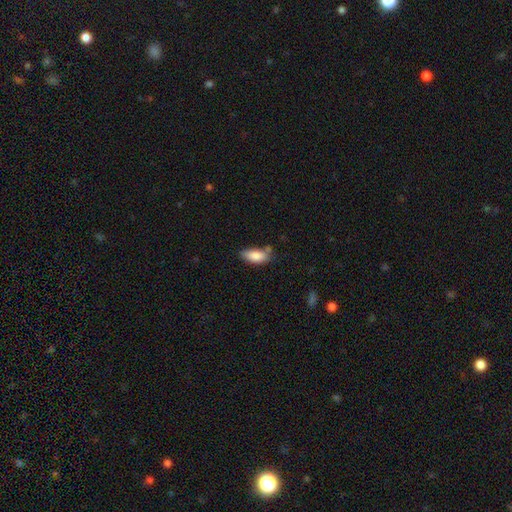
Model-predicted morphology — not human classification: Q: Smooth or featured?
A: smooth (85%); runner-up: featured or disk (8%)
Q: How rounded?
A: in between (86%); runner-up: cigar-shaped (12%)
Q: Merging?
A: none (64%); runner-up: minor disturbance (24%)